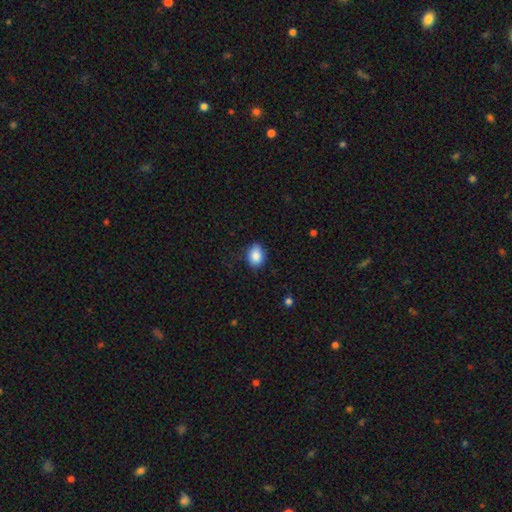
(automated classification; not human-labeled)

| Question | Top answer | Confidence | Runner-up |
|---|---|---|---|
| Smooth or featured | smooth | 87% | star or artifact (8%) |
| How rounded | in between | 70% | round (29%) |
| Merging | none | 81% | minor disturbance (15%) |